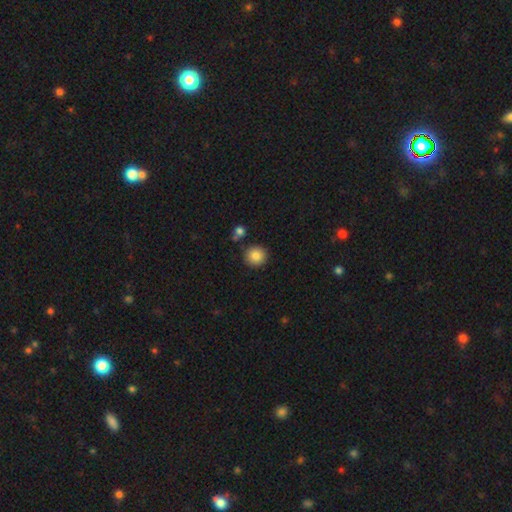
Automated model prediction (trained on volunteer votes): Morphology: type=smooth (85%); roundness=round (93%); merging=none (87%).